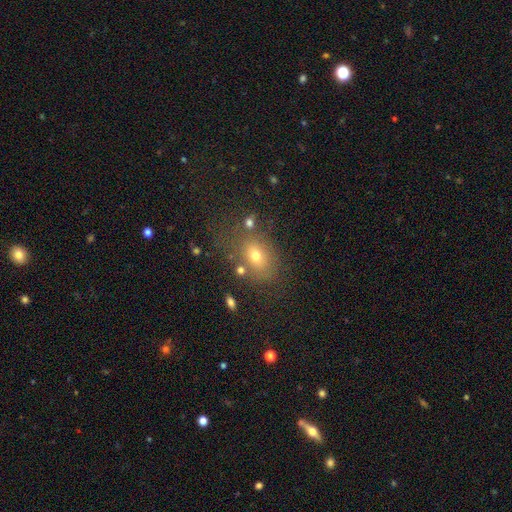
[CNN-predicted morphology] A smooth galaxy with no disk features (68%) that is in between round and cigar-shaped (67%).

Vote fractions:
- Smooth or featured? smooth: 68% / featured or disk: 17% / star or artifact: 15%
- How rounded? in between: 67% / round: 32% / cigar-shaped: 1%
- Merging? none: 68% / minor disturbance: 16% / major disturbance: 8% / merger: 8%